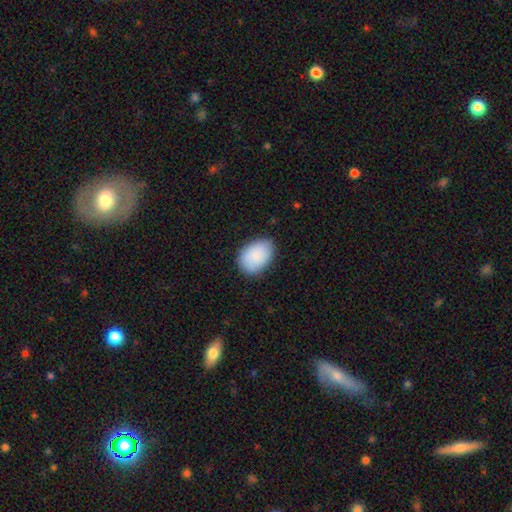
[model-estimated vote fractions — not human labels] Overall: smooth (86%). How rounded: in between (85%). Merging: none (80%).